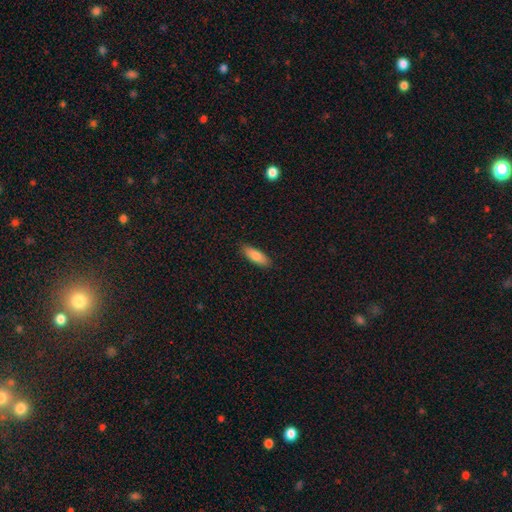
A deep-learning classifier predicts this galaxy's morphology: This is clearly a smooth galaxy (82%). How rounded: likely in between (63%). Merging: clearly none (87%).